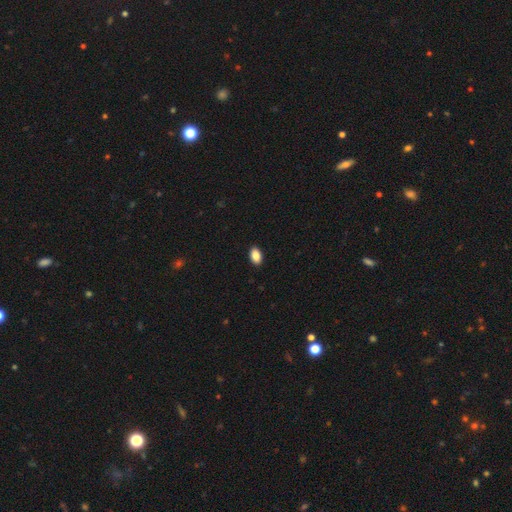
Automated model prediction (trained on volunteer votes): Overall: smooth (88%). How rounded: in between (91%). Merging: none (90%).